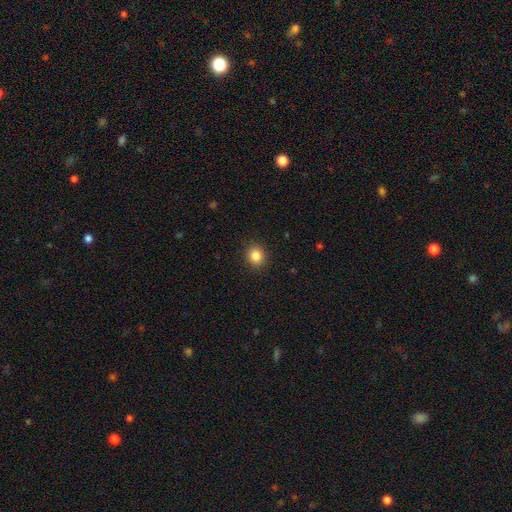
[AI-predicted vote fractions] This appears to be a smooth galaxy with no disk features (85%) that is round (78%). Merging: none (90%).